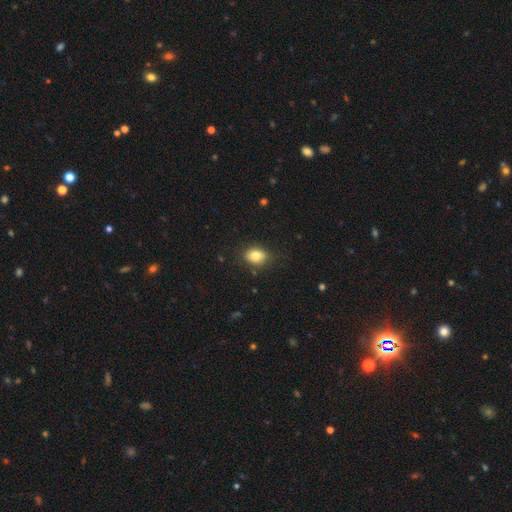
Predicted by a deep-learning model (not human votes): This appears to be a smooth galaxy with no disk features (81%) that is in between round and cigar-shaped (59%). Merging: none (79%).